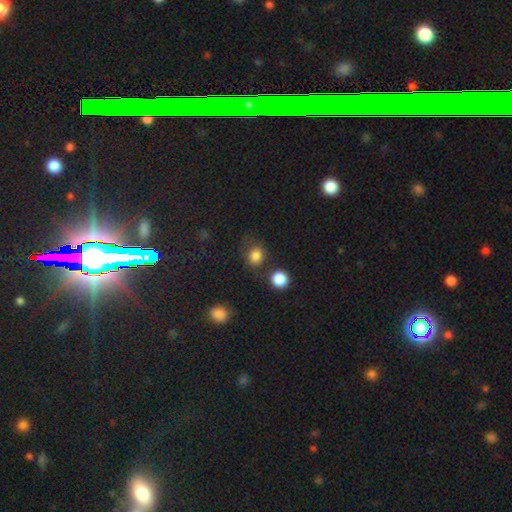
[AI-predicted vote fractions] Smooth or featured?
  - smooth: 81% *
  - star or artifact: 12%
  - featured or disk: 6%
How rounded?
  - round: 68% *
  - in between: 31%
  - cigar-shaped: 1%
Merging?
  - none: 64% *
  - minor disturbance: 17%
  - merger: 11%
  - major disturbance: 8%